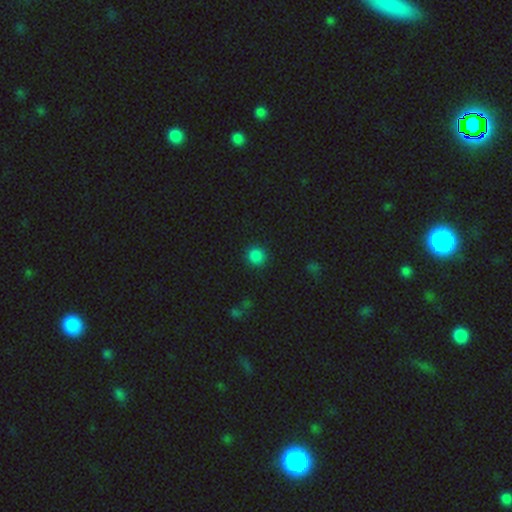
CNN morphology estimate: Smooth or featured: smooth — 85% (star or artifact — 13%)
How rounded: round — 94% (in between — 5%)
Merging: none — 91% (minor disturbance — 6%)